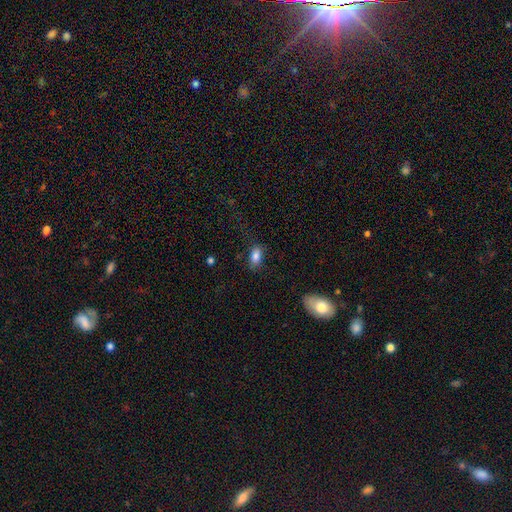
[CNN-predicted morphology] This appears to be a smooth galaxy with no disk features (84%) that is in between round and cigar-shaped (89%). Merging: none (78%).